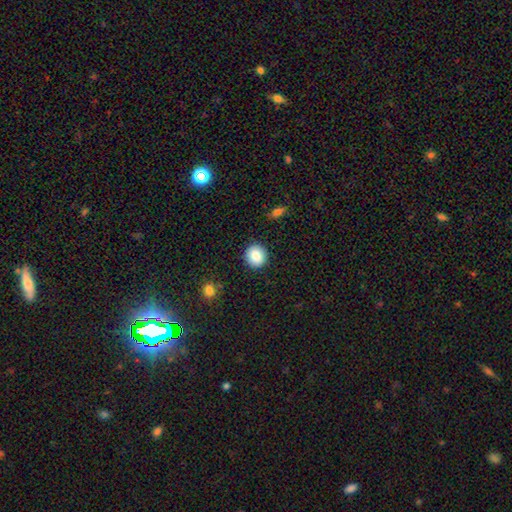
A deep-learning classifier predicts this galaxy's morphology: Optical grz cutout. It shows a smooth galaxy with no disk features (86%) that is round (88%). Merging: none (90%).